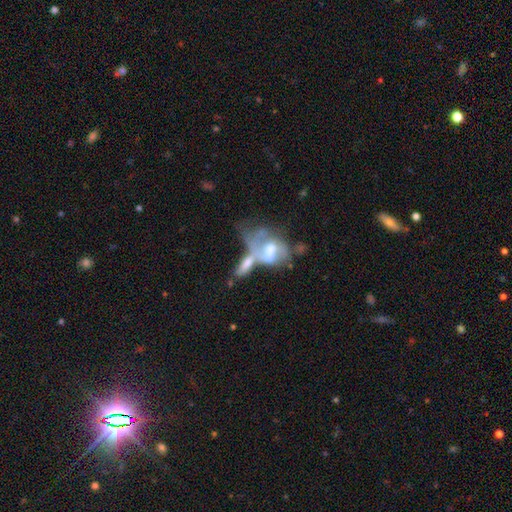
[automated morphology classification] Smooth or featured: featured or disk — 58% (smooth — 22%)
Edge-on disk: no — 82% (yes — 18%)
Merging: merger — 57% (none — 19%)